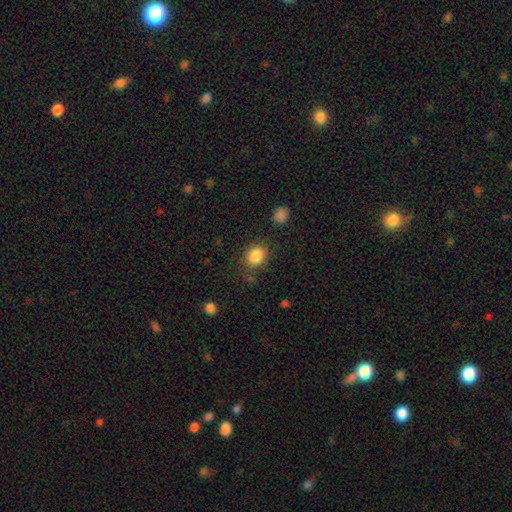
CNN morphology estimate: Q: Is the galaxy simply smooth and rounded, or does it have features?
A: smooth — 86%.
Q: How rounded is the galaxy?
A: round — 53%.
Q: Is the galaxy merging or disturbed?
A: none — 78%.